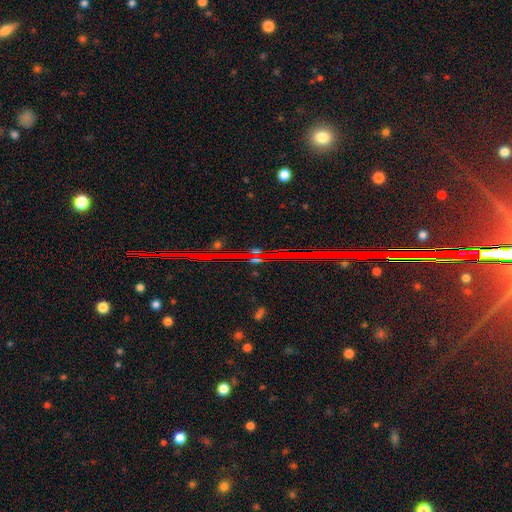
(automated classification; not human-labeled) Smooth or featured? Predicted: star or artifact (p=0.81).